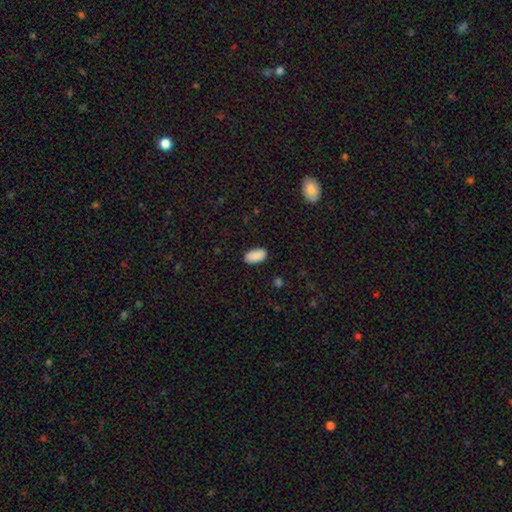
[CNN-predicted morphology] Q: Smooth or featured?
A: smooth (90%); runner-up: star or artifact (7%)
Q: How rounded?
A: in between (95%); runner-up: cigar-shaped (3%)
Q: Merging?
A: none (88%); runner-up: minor disturbance (9%)